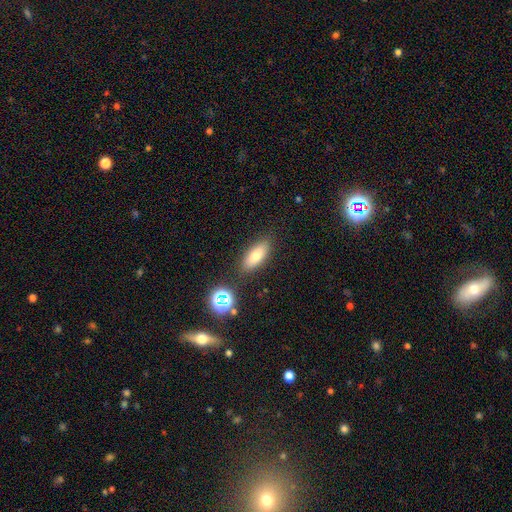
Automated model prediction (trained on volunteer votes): This is likely a smooth galaxy (74%). How rounded: likely in between (74%). Merging: clearly none (84%).